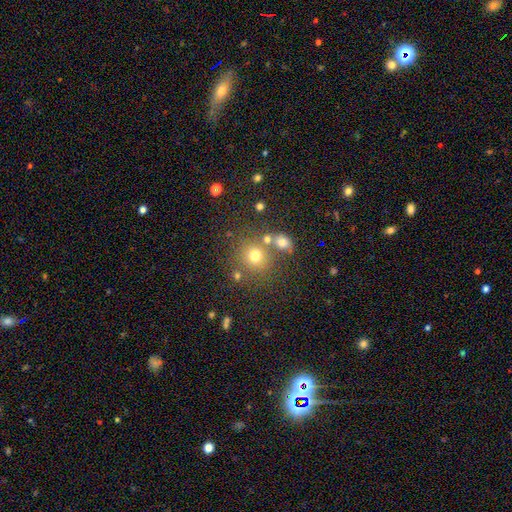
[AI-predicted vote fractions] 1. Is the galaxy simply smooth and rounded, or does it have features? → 69% smooth, 20% star or artifact, 11% featured or disk.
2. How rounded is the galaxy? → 87% round, 12% in between, 1% cigar-shaped.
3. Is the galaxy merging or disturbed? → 68% none, 19% merger, 9% minor disturbance, 4% major disturbance.